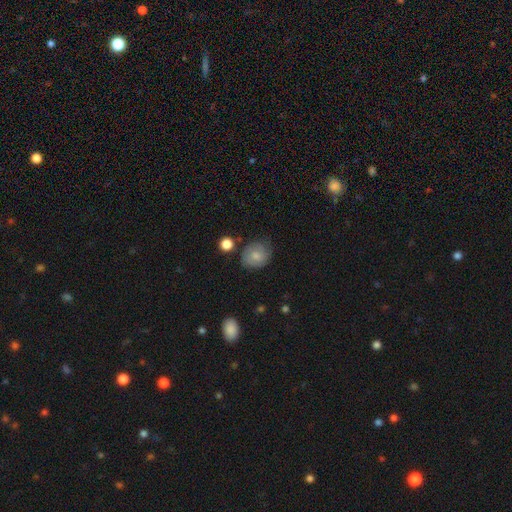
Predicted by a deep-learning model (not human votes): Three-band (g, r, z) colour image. It shows a smooth galaxy with no disk features (61%) that is round (66%). Merging: none (69%).